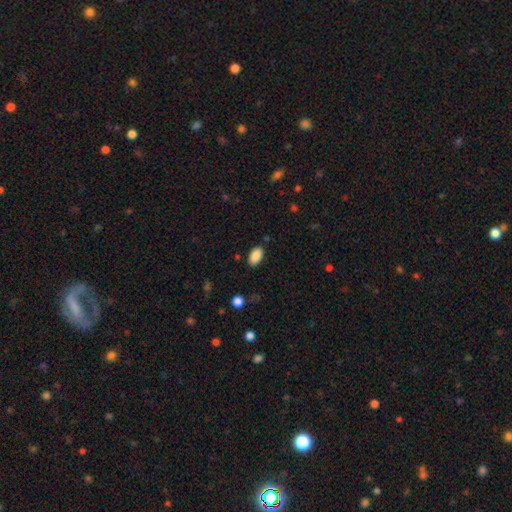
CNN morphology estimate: Smooth or featured? Predicted: smooth (p=0.89). How rounded? Predicted: in between (p=0.94). Merging? Predicted: none (p=0.86).